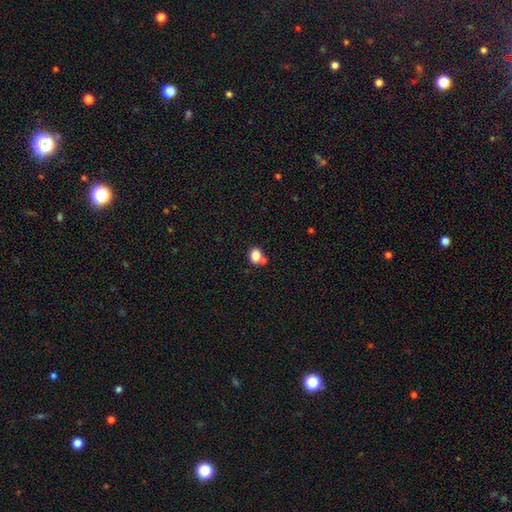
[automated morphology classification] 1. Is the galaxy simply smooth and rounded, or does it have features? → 81% smooth, 11% star or artifact, 8% featured or disk.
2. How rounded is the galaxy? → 55% round, 44% in between, 1% cigar-shaped.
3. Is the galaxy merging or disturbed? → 54% none, 31% merger, 12% minor disturbance, 4% major disturbance.